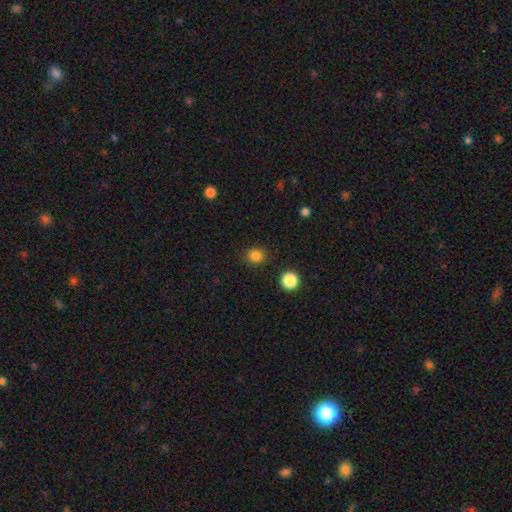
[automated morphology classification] smooth_or_featured: smooth (p=0.83) [alt: star or artifact p=0.13]
how_rounded: round (p=0.83) [alt: in between p=0.16]
merging: none (p=0.89) [alt: minor disturbance p=0.07]